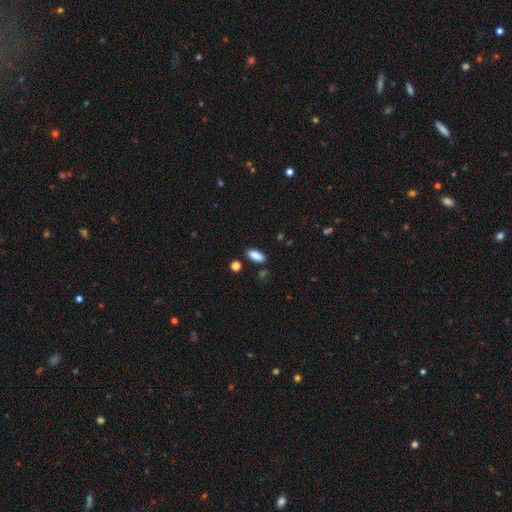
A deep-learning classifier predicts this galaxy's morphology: Smooth or featured? smooth (88%)
How rounded? in between (81%)
Merging? none (84%)